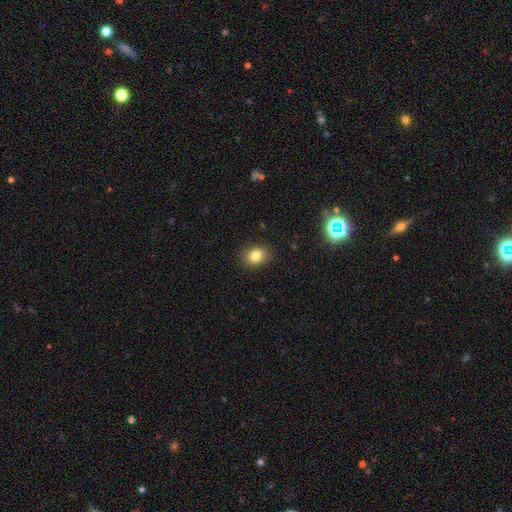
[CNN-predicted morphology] Overall: smooth (81%). How rounded: round (62%; in between 37%). Merging: none (88%).